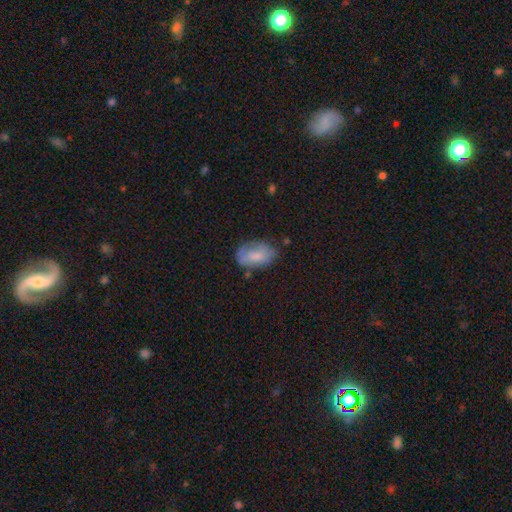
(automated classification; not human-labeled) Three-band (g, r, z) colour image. It shows a smooth galaxy with no disk features (70%) that is in between round and cigar-shaped (90%). Merging: none (59%).